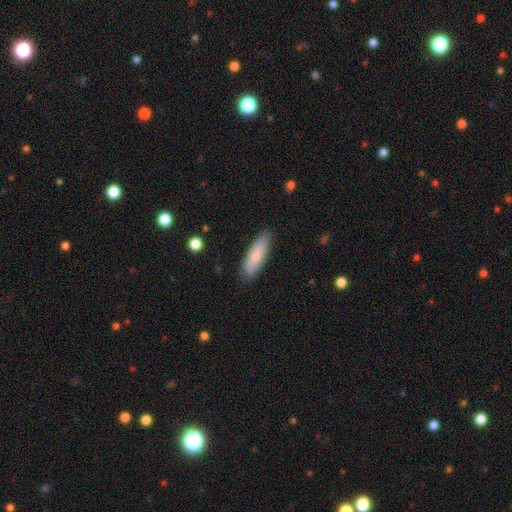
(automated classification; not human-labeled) This appears to be a smooth galaxy with no disk features (76%) that is in between round and cigar-shaped (51%). Merging: none (84%).